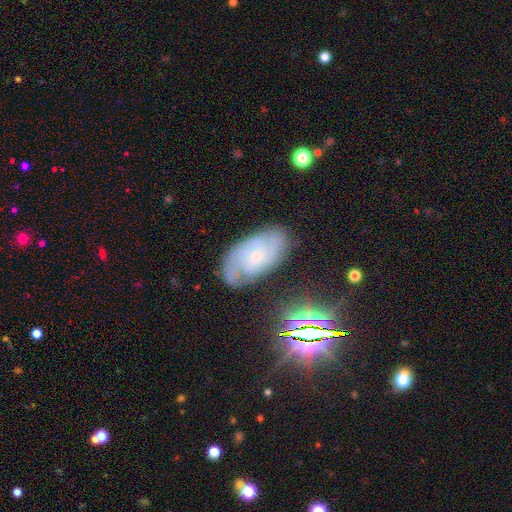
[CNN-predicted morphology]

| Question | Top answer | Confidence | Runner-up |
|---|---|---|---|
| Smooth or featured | featured or disk | 70% | smooth (19%) |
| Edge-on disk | no | 95% | yes (5%) |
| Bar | no | 65% | weak (30%) |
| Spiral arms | yes | 92% | no (8%) |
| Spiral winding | tight | 54% | medium (36%) |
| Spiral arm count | can't tell | 39% | 2 (24%) |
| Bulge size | small | 68% | moderate (24%) |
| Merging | none | 73% | minor disturbance (19%) |